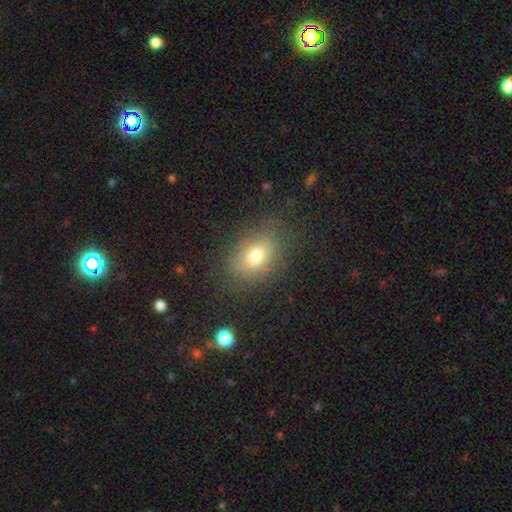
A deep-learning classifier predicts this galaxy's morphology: Q: Smooth or featured?
A: smooth (74%); runner-up: featured or disk (14%)
Q: How rounded?
A: in between (77%); runner-up: round (21%)
Q: Merging?
A: none (78%); runner-up: minor disturbance (15%)